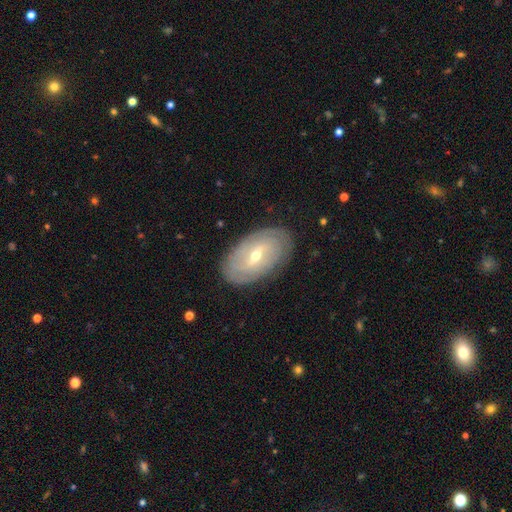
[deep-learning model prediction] Overall: featured or disk (69%). Edge-on disk: no (90%). Bar: weak (53%; strong 27%). Spiral arms: yes (66%; no 34%). Bulge size: small (49%; moderate 48%). Merging: none (85%).